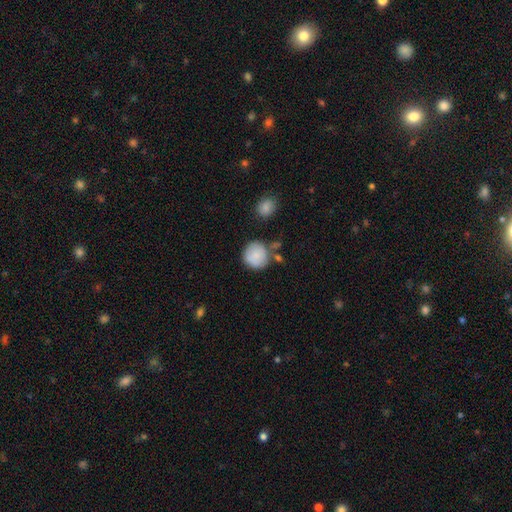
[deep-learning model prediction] smooth 85%, featured or disk 8%, star or artifact 7%. Down the decision tree: how rounded — round (91%); merging — none (71%).